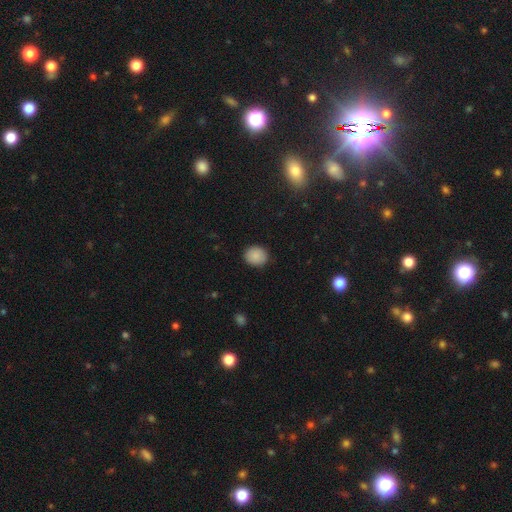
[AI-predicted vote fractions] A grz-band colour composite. It shows a smooth galaxy with no disk features (88%) that is round (75%). Merging: none (89%).